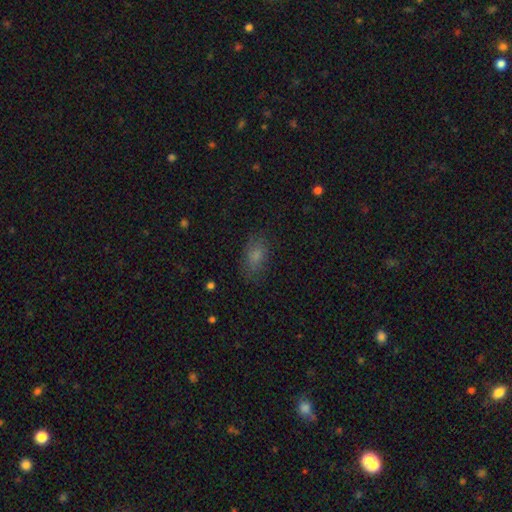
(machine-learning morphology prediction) smooth_or_featured: smooth (p=0.78) [alt: star or artifact p=0.12]
how_rounded: in between (p=0.86) [alt: round p=0.10]
merging: none (p=0.77) [alt: minor disturbance p=0.16]